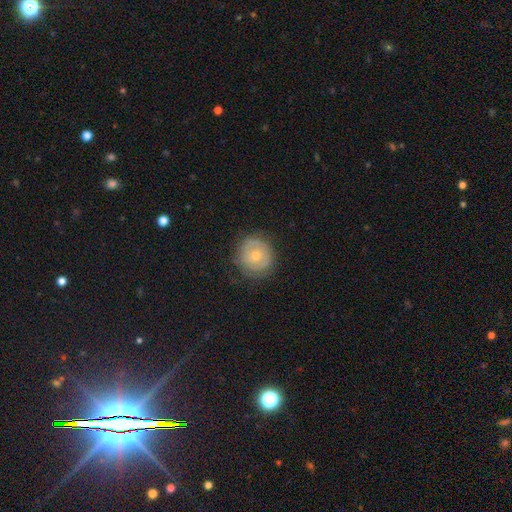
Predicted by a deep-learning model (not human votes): Q: Smooth or featured?
A: featured or disk (47%); runner-up: smooth (46%)
Q: Merging?
A: none (72%); runner-up: minor disturbance (19%)